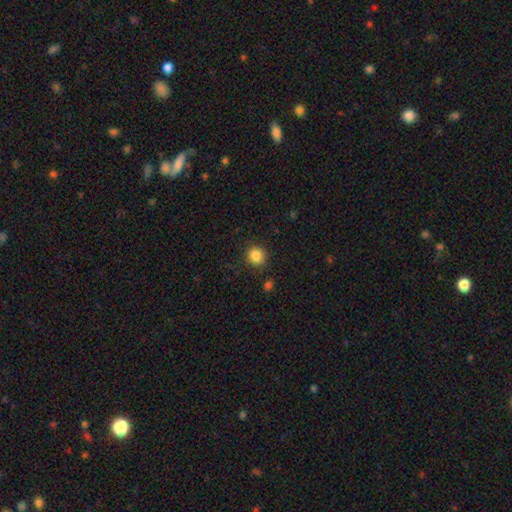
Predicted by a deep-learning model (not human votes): The model was most divided on "smooth or featured": smooth: 85%, star or artifact: 11%, featured or disk: 4%. More confident: how rounded — round (90%); merging — none (88%).